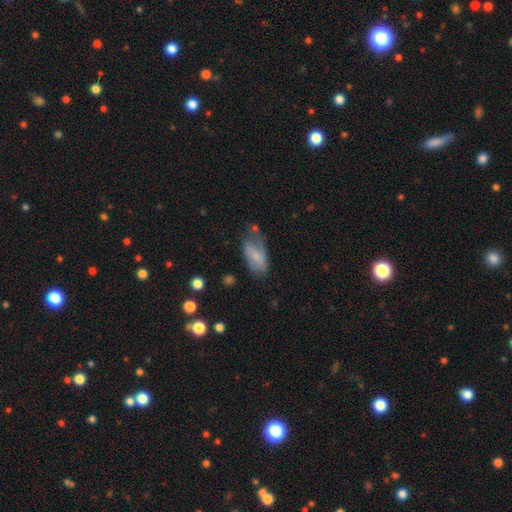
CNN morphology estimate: smooth_or_featured: smooth (p=0.59) [alt: featured or disk p=0.33]
how_rounded: in between (p=0.89) [alt: cigar-shaped p=0.07]
merging: none (p=0.43) [alt: minor disturbance p=0.32]